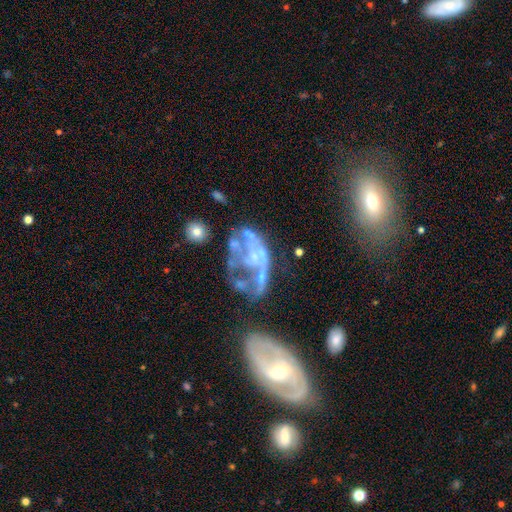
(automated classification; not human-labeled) Morphology: type=featured or disk (69%); edge-on=no (97%); bar=no (88%); spiral arms=no (81%); bulge=none (64%); merging=major disturbance (40%).